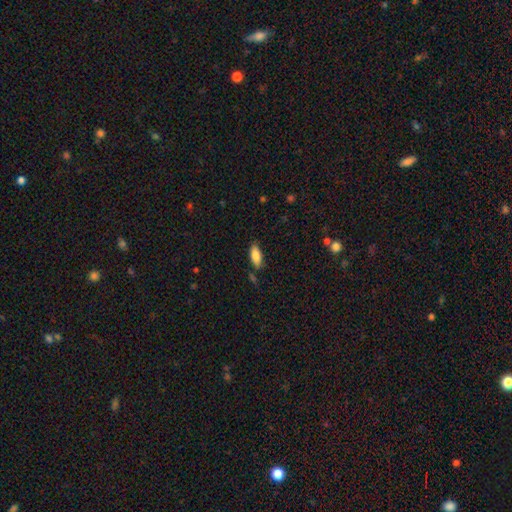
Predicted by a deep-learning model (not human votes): The model was most divided on "merging": none: 77%, minor disturbance: 16%, merger: 4%, major disturbance: 3%. More confident: smooth or featured — smooth (86%); how rounded — in between (84%).